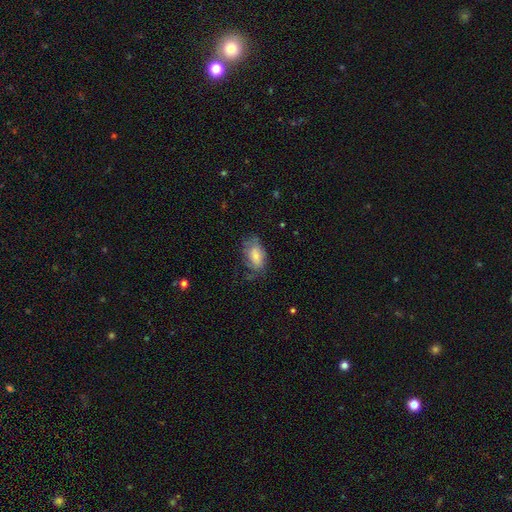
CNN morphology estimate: This appears to be a smooth galaxy with no disk features (69%) that is in between round and cigar-shaped (91%). Merging: none (53%).